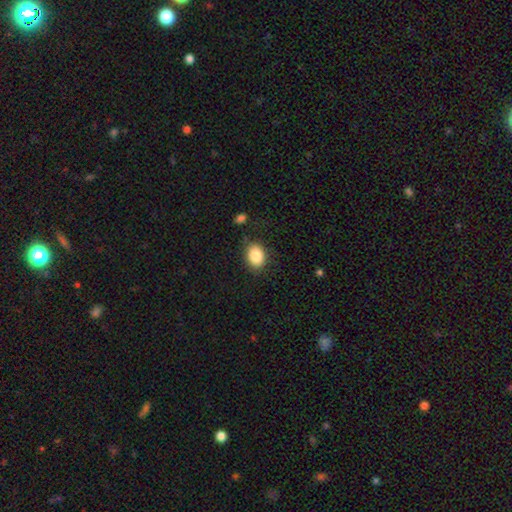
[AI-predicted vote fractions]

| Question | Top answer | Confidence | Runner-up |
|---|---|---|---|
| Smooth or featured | smooth | 87% | star or artifact (8%) |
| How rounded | in between | 66% | round (33%) |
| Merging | none | 82% | minor disturbance (12%) |